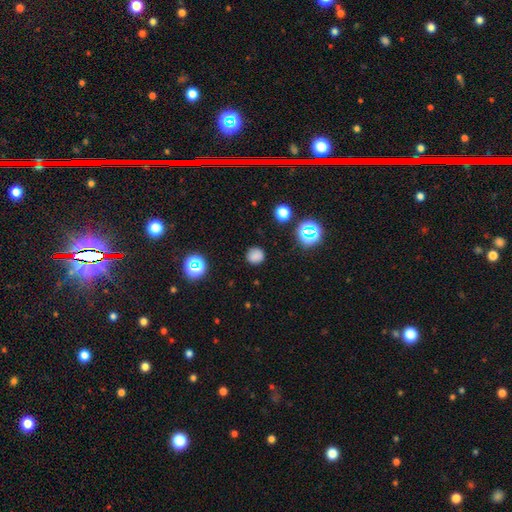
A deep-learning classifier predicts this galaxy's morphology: Overall: smooth (77%). How rounded: round (89%). Merging: none (87%).